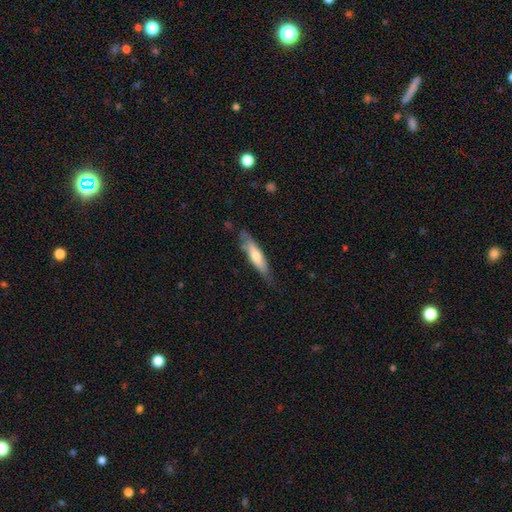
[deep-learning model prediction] This is possibly a smooth galaxy (58%). How rounded: likely cigar-shaped (77%). Merging: likely none (74%).